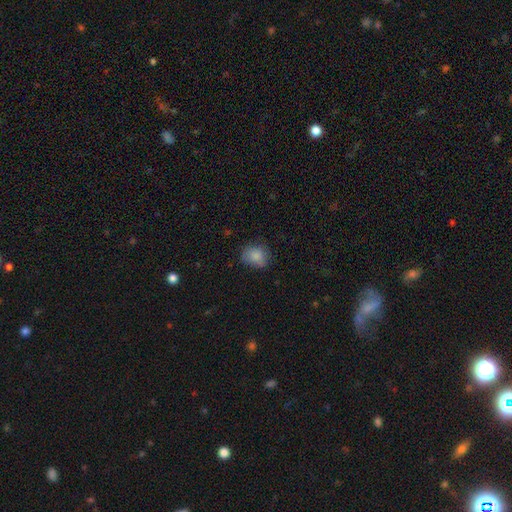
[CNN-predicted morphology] This appears to be a smooth galaxy with no disk features (84%) that is round (60%). Merging: none (68%).